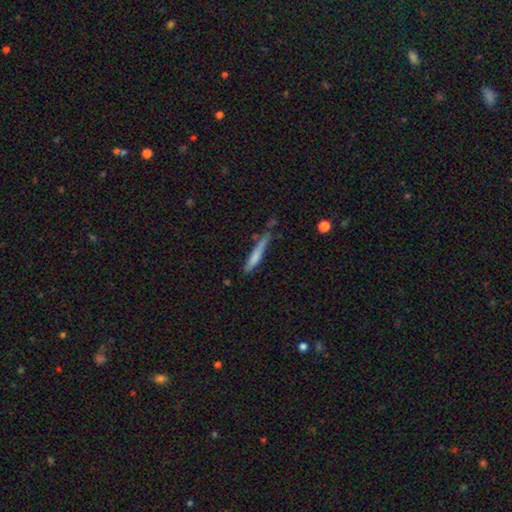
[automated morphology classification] type=smooth (67%); roundness=cigar-shaped (93%); merging=none (63%).